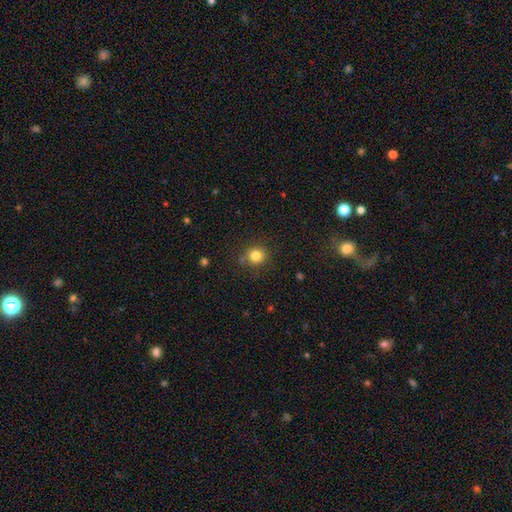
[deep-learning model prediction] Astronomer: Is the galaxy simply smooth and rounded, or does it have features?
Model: smooth — 81%.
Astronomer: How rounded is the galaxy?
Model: round — 89%.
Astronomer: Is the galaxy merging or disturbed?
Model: none — 82%.